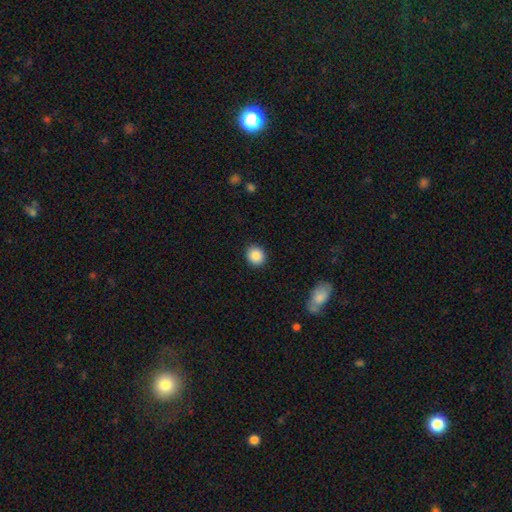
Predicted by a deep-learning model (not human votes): smooth_or_featured: smooth (p=0.88) [alt: star or artifact p=0.09]
how_rounded: round (p=0.87) [alt: in between p=0.12]
merging: none (p=0.91) [alt: minor disturbance p=0.06]